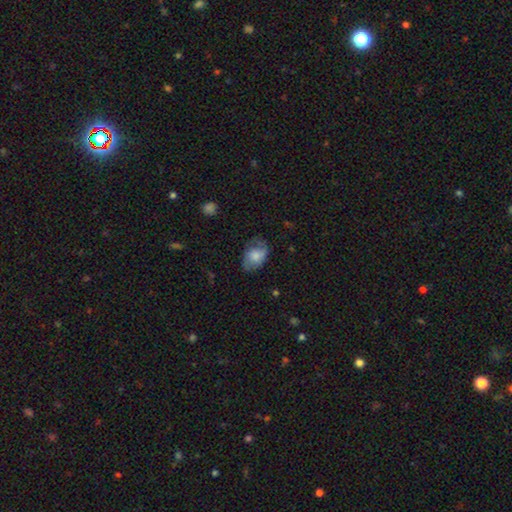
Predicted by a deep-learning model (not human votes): Smooth or featured: smooth — 63% (featured or disk — 29%)
How rounded: in between — 80% (round — 18%)
Merging: none — 56% (minor disturbance — 28%)